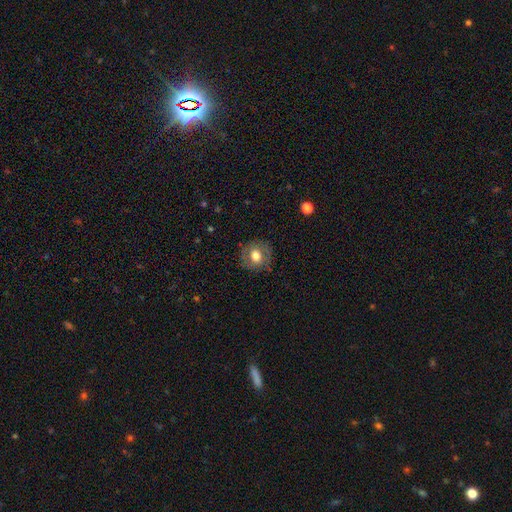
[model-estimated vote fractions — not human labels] This appears to be a smooth galaxy with no disk features (67%) that is round (82%). Merging: none (83%).